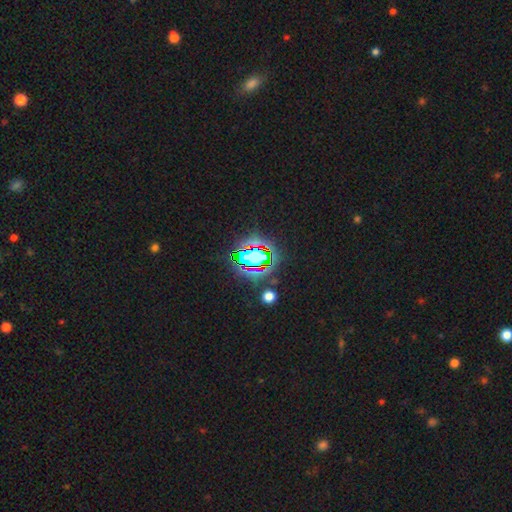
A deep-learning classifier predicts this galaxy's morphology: Smooth or featured: star or artifact — 71% (smooth — 17%)